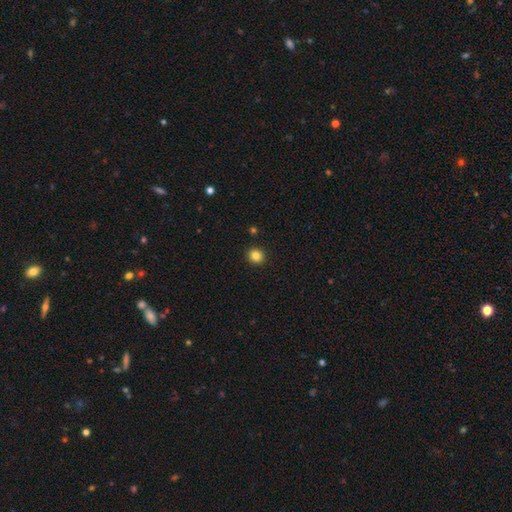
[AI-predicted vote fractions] smooth-or-featured: smooth: 83% | star or artifact: 12% | featured or disk: 5%
  how-rounded: round: 90% | in between: 9% | cigar-shaped: 1%
  merging: none: 93% | minor disturbance: 5% | major disturbance: 1% | merger: 1%